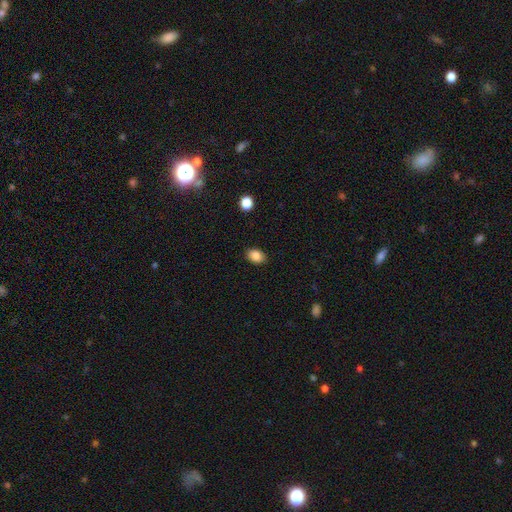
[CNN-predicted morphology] type=smooth (87%); roundness=in between (76%); merging=none (88%).